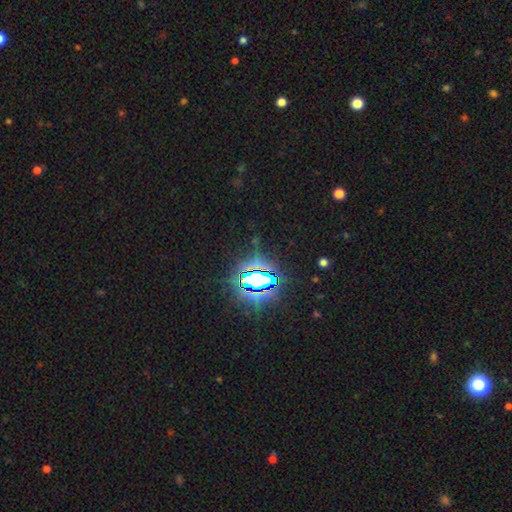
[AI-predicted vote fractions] This is likely a star or artifact rather than a galaxy (77%).